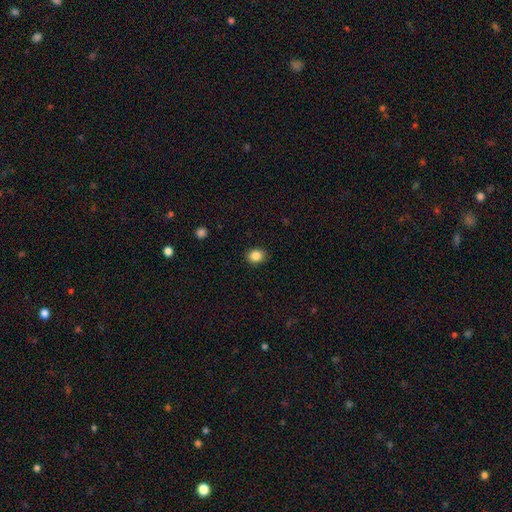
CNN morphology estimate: This is clearly a smooth galaxy (86%). How rounded: likely round (61%). Merging: clearly none (89%).